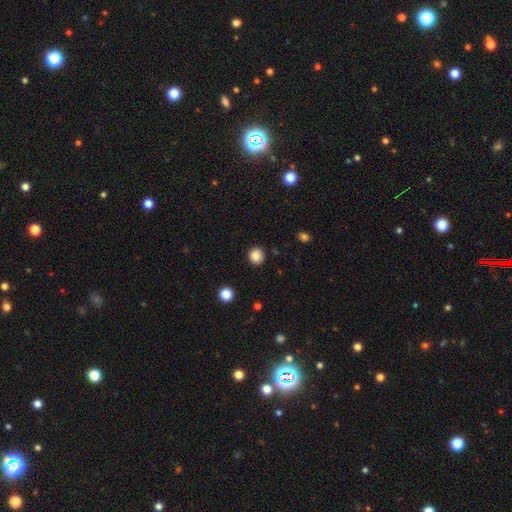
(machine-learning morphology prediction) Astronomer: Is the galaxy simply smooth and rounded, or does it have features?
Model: smooth — 86%.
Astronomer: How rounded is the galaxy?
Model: round — 92%.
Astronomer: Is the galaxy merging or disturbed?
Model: none — 90%.